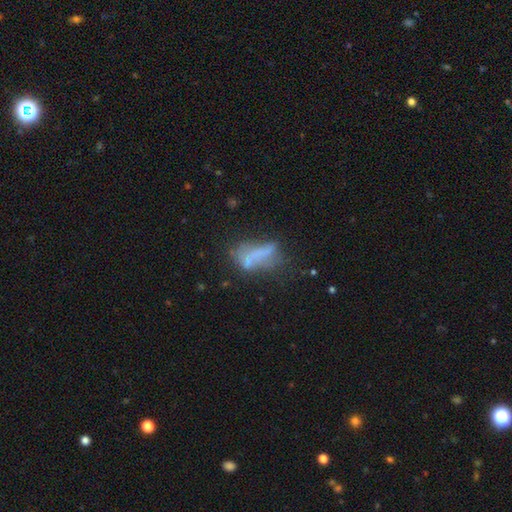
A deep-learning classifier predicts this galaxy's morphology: Overall: featured or disk (45%; smooth 40%). Merging: none (34%; major disturbance 28%).